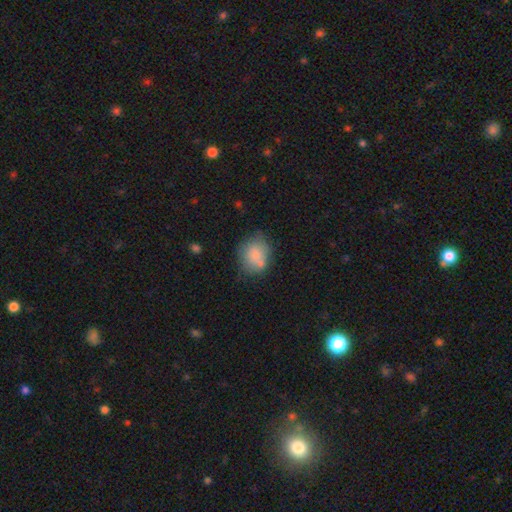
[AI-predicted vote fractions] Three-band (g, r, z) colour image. It shows a smooth galaxy with no disk features (79%) that is round (61%). Merging: none (55%).